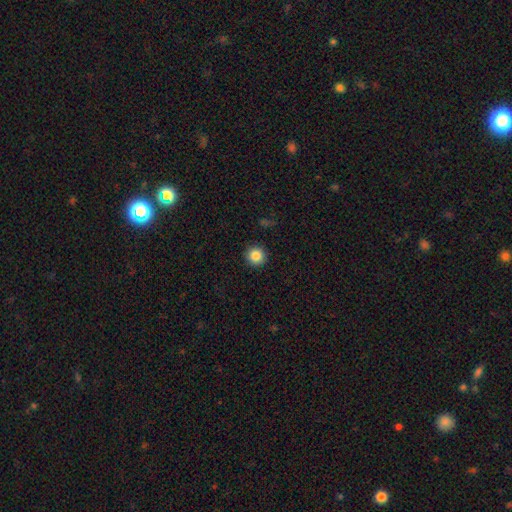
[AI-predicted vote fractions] Smooth or featured?
  - smooth: 86% *
  - star or artifact: 10%
  - featured or disk: 4%
How rounded?
  - round: 95% *
  - in between: 4%
  - cigar-shaped: 1%
Merging?
  - none: 92% *
  - minor disturbance: 5%
  - major disturbance: 2%
  - merger: 1%